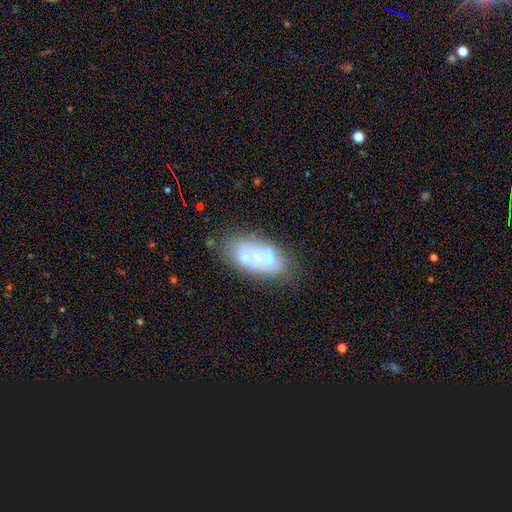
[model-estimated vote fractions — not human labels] Smooth or featured? Predicted: featured or disk (p=0.50). Edge-on disk? Predicted: no (p=0.93). Merging? Predicted: none (p=0.54).